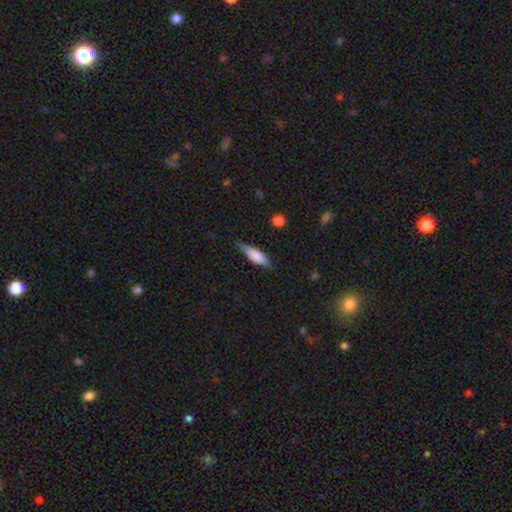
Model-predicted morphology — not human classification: smooth 73%, featured or disk 21%, star or artifact 6%. Down the decision tree: how rounded — cigar-shaped (49%); merging — none (77%).